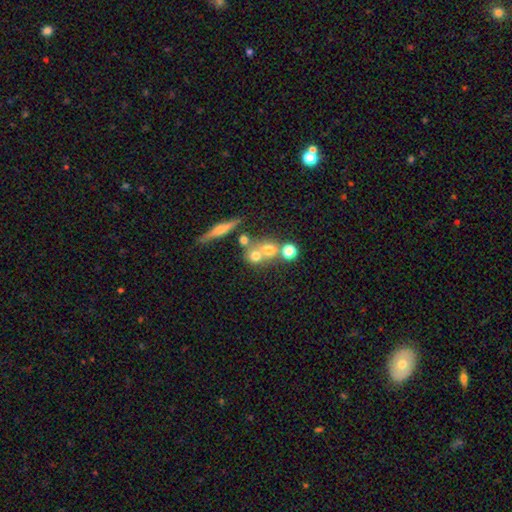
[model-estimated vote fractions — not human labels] Overall: smooth (63%). How rounded: round (78%). Merging: merger (46%; none 41%).